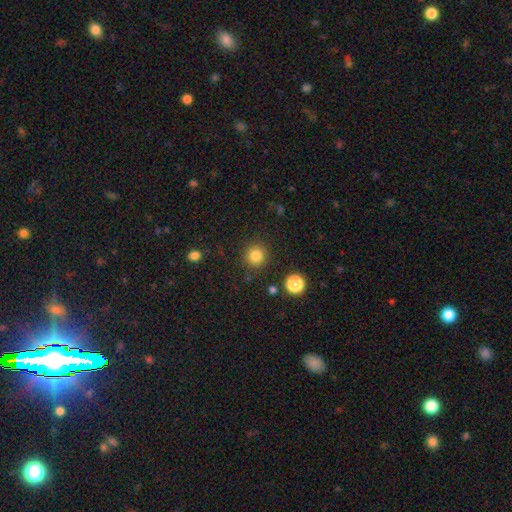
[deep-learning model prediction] Smooth or featured? Predicted: smooth (p=0.82). How rounded? Predicted: round (p=0.93). Merging? Predicted: none (p=0.89).